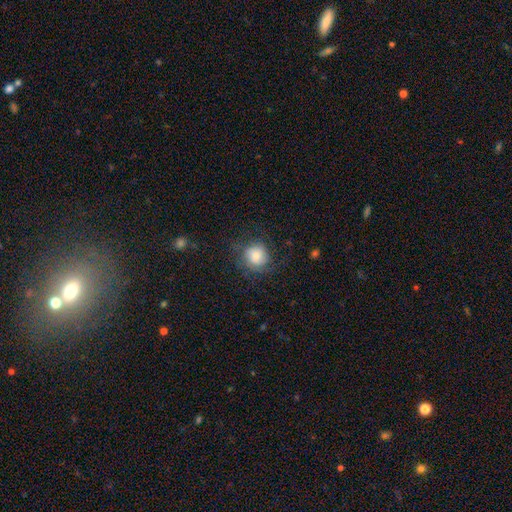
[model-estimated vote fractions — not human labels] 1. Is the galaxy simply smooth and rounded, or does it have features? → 66% smooth, 24% featured or disk, 9% star or artifact.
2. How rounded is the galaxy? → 89% round, 11% in between, 1% cigar-shaped.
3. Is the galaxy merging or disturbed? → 67% none, 17% minor disturbance, 14% major disturbance, 1% merger.